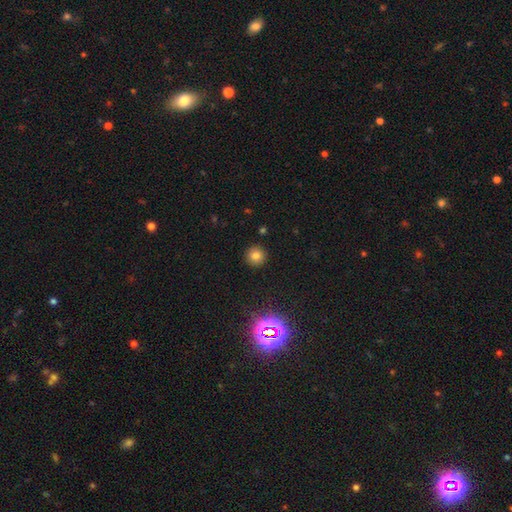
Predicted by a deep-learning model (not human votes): smooth 78%, star or artifact 16%, featured or disk 6%. Down the decision tree: how rounded — round (94%); merging — none (91%).